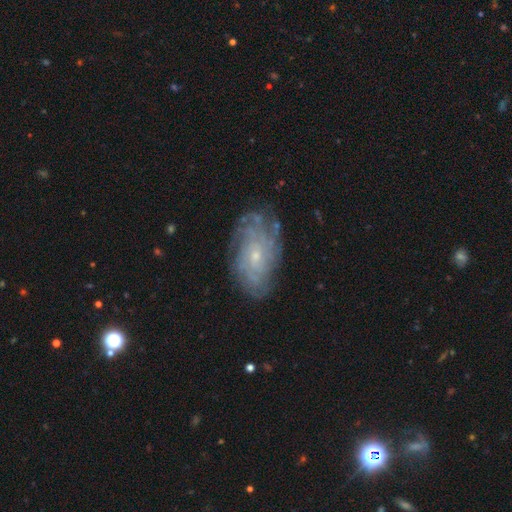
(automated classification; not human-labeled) A featured or disk galaxy (79%) with no bar (75%), tight (68%) spiral arms (92%) and a small central bulge (76%).

Vote fractions:
- Smooth or featured? featured or disk: 79% / smooth: 13% / star or artifact: 8%
- Edge-on disk? no: 95% / yes: 5%
- Bar? no: 75% / weak: 21% / strong: 3%
- Spiral arms? yes: 92% / no: 8%
- Spiral winding? tight: 68% / medium: 24% / loose: 8%
- Spiral arm count? can't tell: 43% / more than 4: 19% / 4: 16% / 3: 8% / 2: 7% / 1: 6%
- Bulge size? small: 76% / moderate: 20% / none: 2% / large: 1% / dominant: 1%
- Merging? none: 77% / minor disturbance: 16% / major disturbance: 6% / merger: 1%